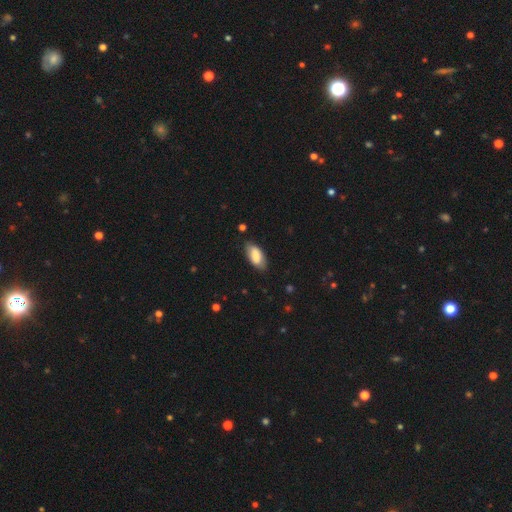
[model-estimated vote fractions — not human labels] Smooth or featured: smooth — 78% (featured or disk — 16%)
How rounded: in between — 91% (cigar-shaped — 6%)
Merging: none — 80% (minor disturbance — 16%)